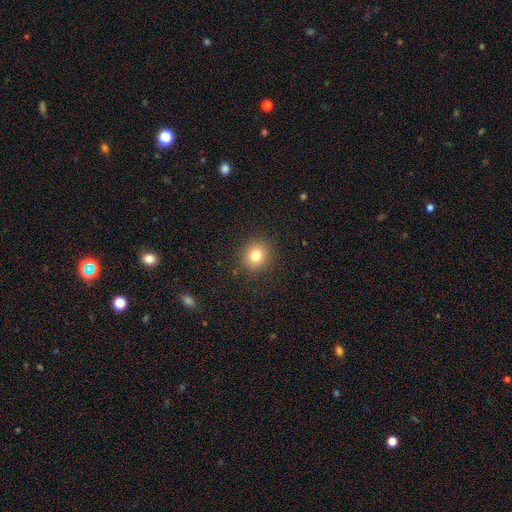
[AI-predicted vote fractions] smooth 80%, star or artifact 12%, featured or disk 8%. Down the decision tree: how rounded — round (86%); merging — none (89%).